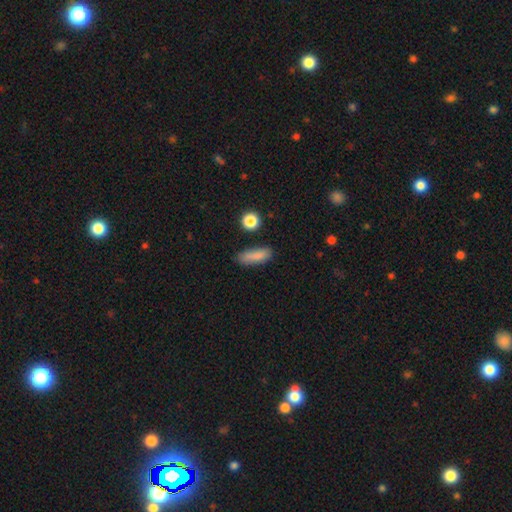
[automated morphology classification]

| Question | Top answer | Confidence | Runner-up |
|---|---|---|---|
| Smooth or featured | smooth | 84% | star or artifact (9%) |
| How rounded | in between | 51% | cigar-shaped (45%) |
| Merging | none | 76% | minor disturbance (16%) |